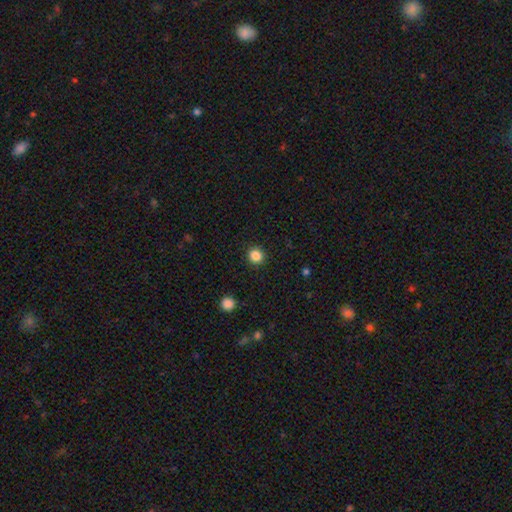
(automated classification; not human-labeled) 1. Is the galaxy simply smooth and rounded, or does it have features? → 85% smooth, 11% star or artifact, 3% featured or disk.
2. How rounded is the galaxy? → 92% round, 7% in between, 1% cigar-shaped.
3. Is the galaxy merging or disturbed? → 92% none, 5% minor disturbance, 2% major disturbance, 1% merger.